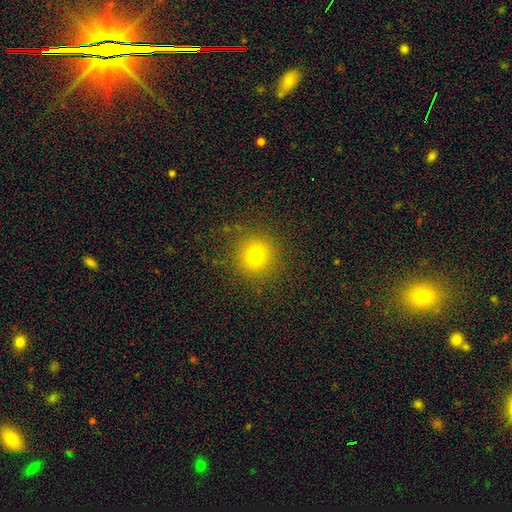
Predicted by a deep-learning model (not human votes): This is likely a smooth galaxy (73%). How rounded: clearly round (93%). Merging: clearly none (88%).